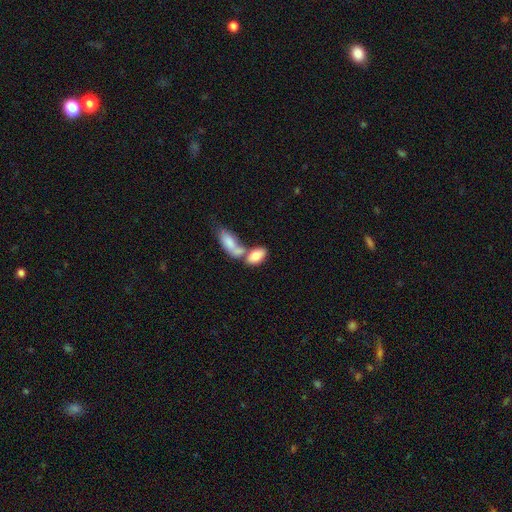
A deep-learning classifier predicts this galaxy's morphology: This is likely a smooth galaxy (78%). How rounded: clearly in between (91%). Merging: possibly merger (56%).